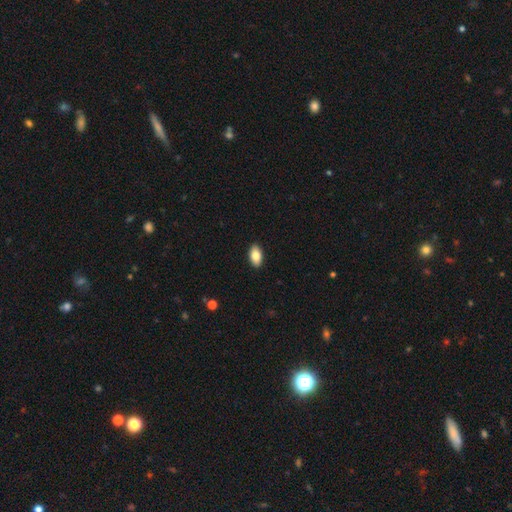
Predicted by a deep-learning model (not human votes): Morphology: type=smooth (84%); roundness=in between (93%); merging=none (91%).